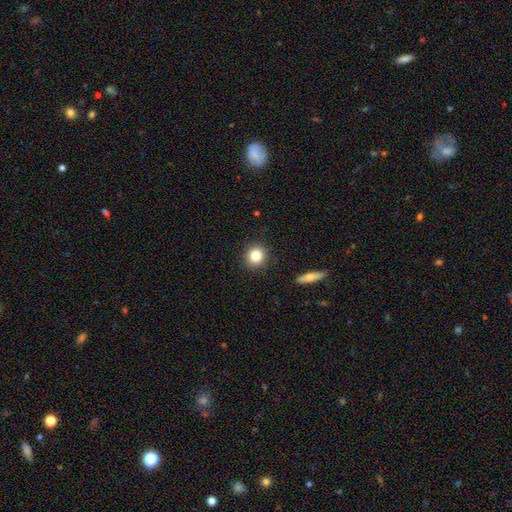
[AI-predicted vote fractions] Smooth or featured? Predicted: smooth (p=0.82). How rounded? Predicted: round (p=0.86). Merging? Predicted: none (p=0.91).